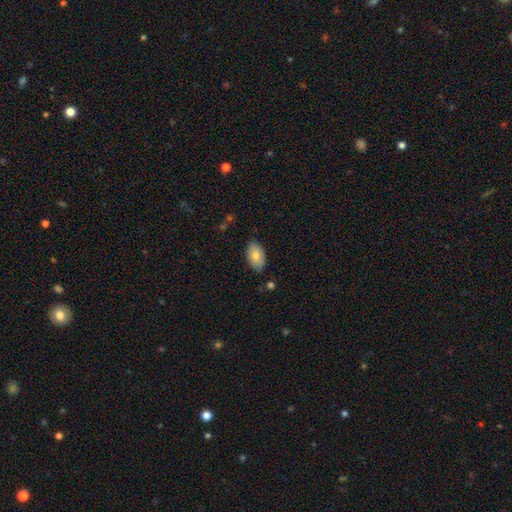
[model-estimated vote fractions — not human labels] Smooth or featured?
  - smooth: 80% *
  - featured or disk: 13%
  - star or artifact: 6%
How rounded?
  - in between: 94% *
  - round: 5%
  - cigar-shaped: 1%
Merging?
  - none: 83% *
  - minor disturbance: 13%
  - major disturbance: 2%
  - merger: 2%